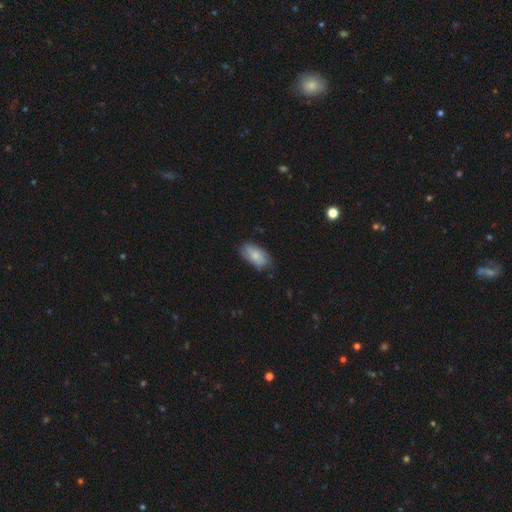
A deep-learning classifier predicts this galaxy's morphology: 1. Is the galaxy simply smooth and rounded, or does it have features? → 71% smooth, 22% featured or disk, 7% star or artifact.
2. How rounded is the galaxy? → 93% in between, 4% cigar-shaped, 4% round.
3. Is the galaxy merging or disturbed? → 69% none, 25% minor disturbance, 5% major disturbance, 1% merger.